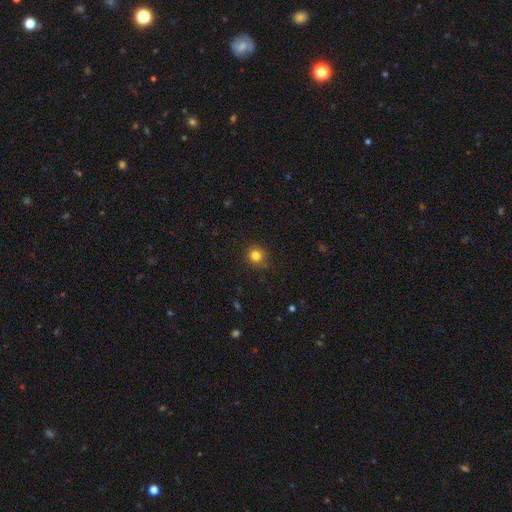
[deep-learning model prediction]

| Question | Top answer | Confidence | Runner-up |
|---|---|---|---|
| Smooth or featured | smooth | 83% | star or artifact (12%) |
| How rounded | round | 90% | in between (9%) |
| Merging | none | 88% | minor disturbance (9%) |